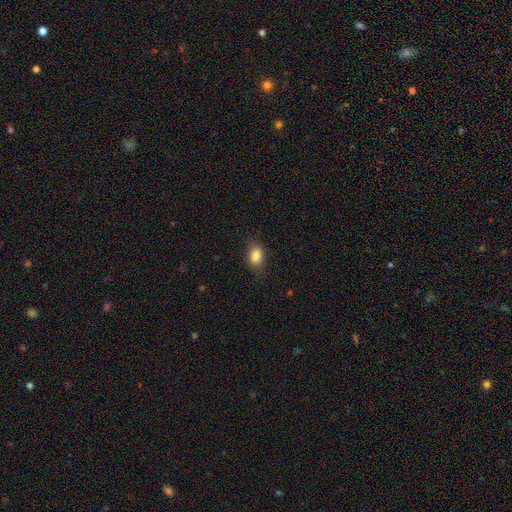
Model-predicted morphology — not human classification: Smooth or featured?
  - smooth: 85% *
  - star or artifact: 9%
  - featured or disk: 6%
How rounded?
  - in between: 82% *
  - round: 16%
  - cigar-shaped: 2%
Merging?
  - none: 80% *
  - minor disturbance: 15%
  - major disturbance: 4%
  - merger: 1%